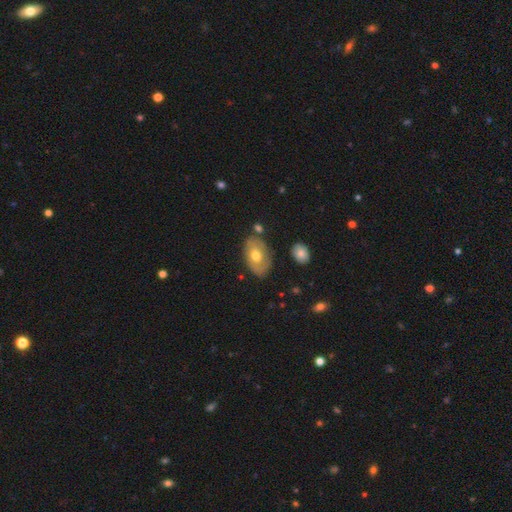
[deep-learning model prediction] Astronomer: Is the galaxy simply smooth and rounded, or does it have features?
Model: smooth — 52% (runner-up: featured or disk, 41%).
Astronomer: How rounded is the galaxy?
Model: in between — 88%.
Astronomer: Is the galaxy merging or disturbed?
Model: none — 73%.